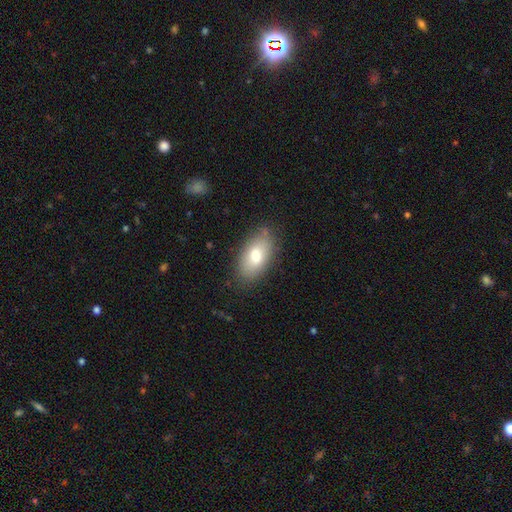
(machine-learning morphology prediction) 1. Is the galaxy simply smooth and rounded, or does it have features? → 76% smooth, 17% featured or disk, 7% star or artifact.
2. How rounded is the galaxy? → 92% in between, 4% cigar-shaped, 4% round.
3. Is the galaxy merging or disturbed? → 80% none, 15% minor disturbance, 4% major disturbance, 2% merger.